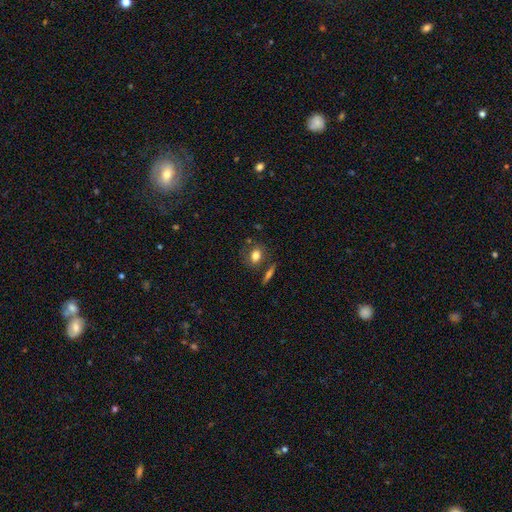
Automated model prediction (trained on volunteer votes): Smooth or featured?
  - smooth: 76% *
  - featured or disk: 14%
  - star or artifact: 9%
How rounded?
  - in between: 51% *
  - round: 46%
  - cigar-shaped: 3%
Merging?
  - none: 72% *
  - minor disturbance: 14%
  - merger: 10%
  - major disturbance: 4%